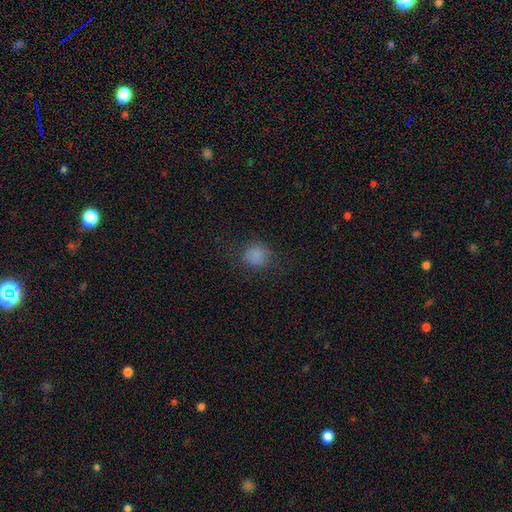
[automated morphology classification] This is clearly a smooth galaxy (82%). How rounded: clearly round (84%). Merging: likely none (79%).